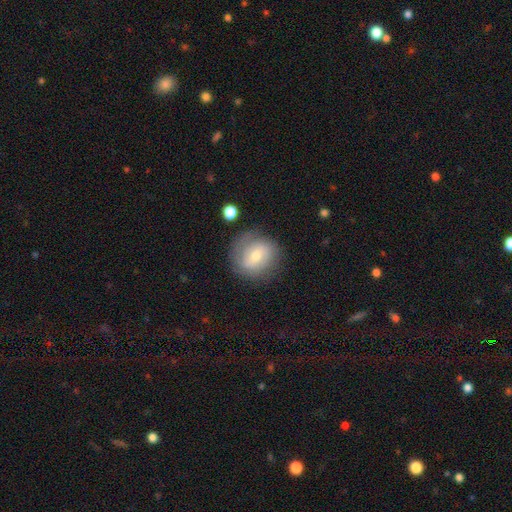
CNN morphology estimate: Q: Smooth or featured?
A: featured or disk (50%); runner-up: smooth (42%)
Q: Edge-on disk?
A: no (97%); runner-up: yes (3%)
Q: Merging?
A: none (74%); runner-up: minor disturbance (17%)